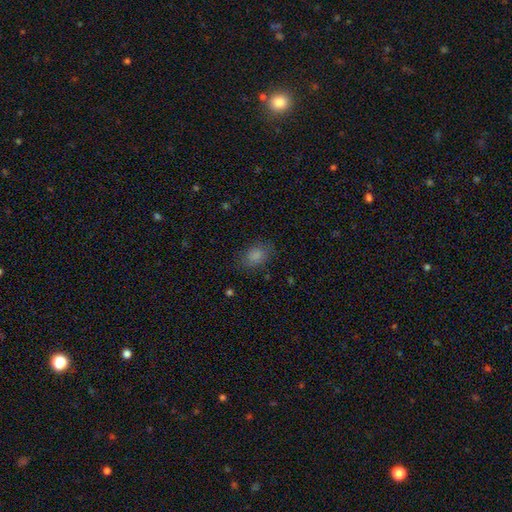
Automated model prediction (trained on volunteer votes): Smooth or featured: smooth — 84% (star or artifact — 10%)
How rounded: in between — 76% (round — 22%)
Merging: none — 78% (minor disturbance — 15%)